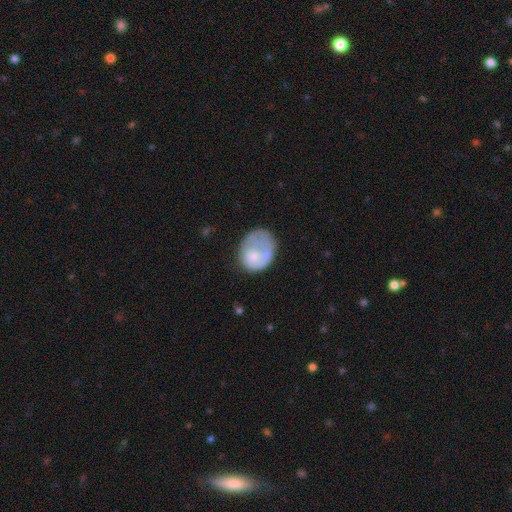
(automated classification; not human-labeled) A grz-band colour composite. It shows a smooth galaxy with no disk features (59%) that is in between round and cigar-shaped (51%). Merging: none (34%).